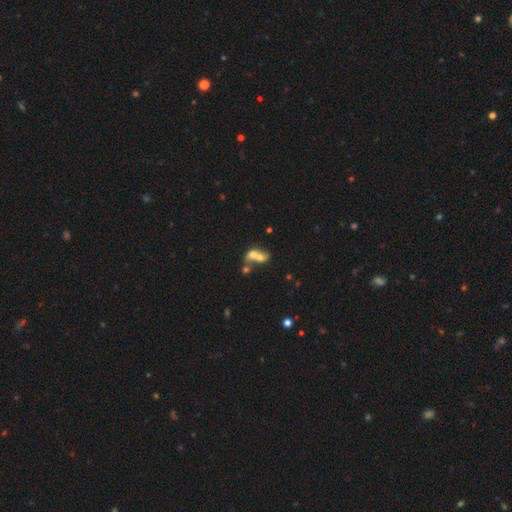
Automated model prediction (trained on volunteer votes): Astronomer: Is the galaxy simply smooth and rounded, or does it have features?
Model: smooth — 61%.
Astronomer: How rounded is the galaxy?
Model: in between — 59% (runner-up: round, 38%).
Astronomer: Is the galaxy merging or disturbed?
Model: merger — 73%.